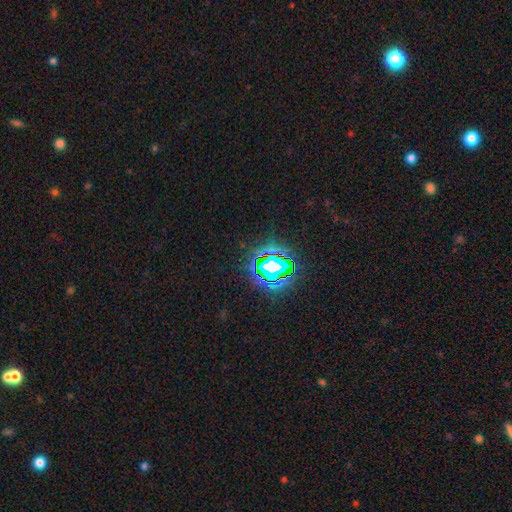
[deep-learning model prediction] Overall: star or artifact (82%).